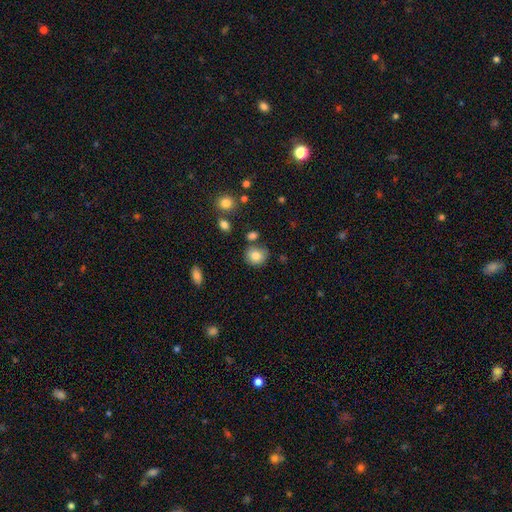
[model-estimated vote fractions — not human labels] Overall: smooth (82%). How rounded: round (76%). Merging: none (74%).